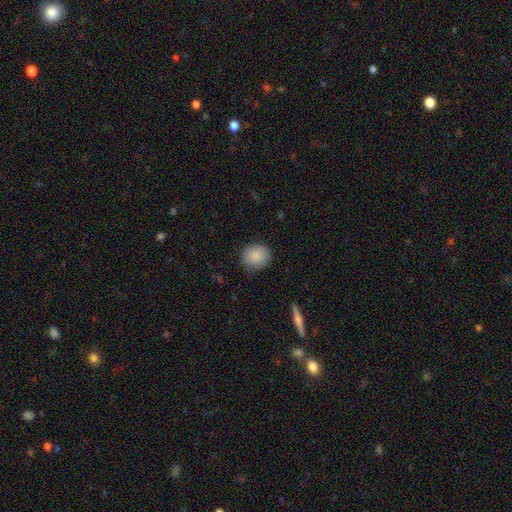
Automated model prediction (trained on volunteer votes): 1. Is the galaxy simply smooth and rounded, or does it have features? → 88% smooth, 8% star or artifact, 4% featured or disk.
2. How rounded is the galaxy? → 78% round, 21% in between, 1% cigar-shaped.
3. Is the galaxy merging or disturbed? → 86% none, 10% minor disturbance, 3% major disturbance, 1% merger.